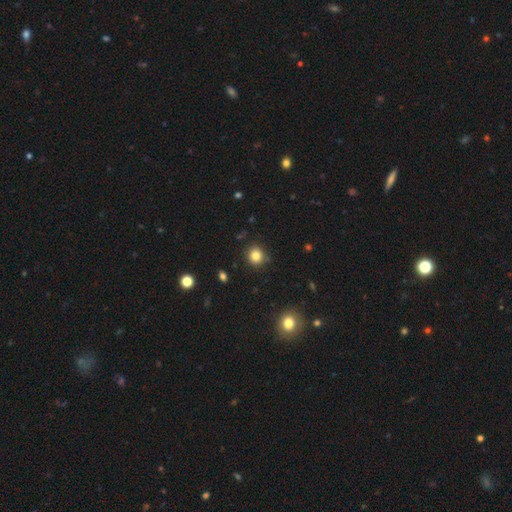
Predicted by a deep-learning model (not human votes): Overall: smooth (82%). How rounded: round (88%). Merging: none (87%).